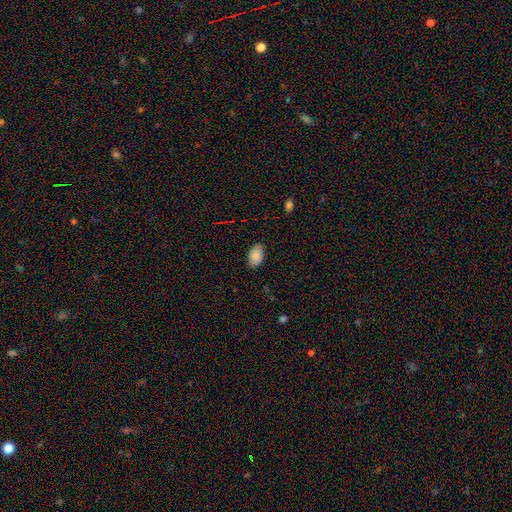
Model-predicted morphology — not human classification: Smooth or featured? Predicted: smooth (p=0.85). How rounded? Predicted: in between (p=0.92). Merging? Predicted: none (p=0.80).